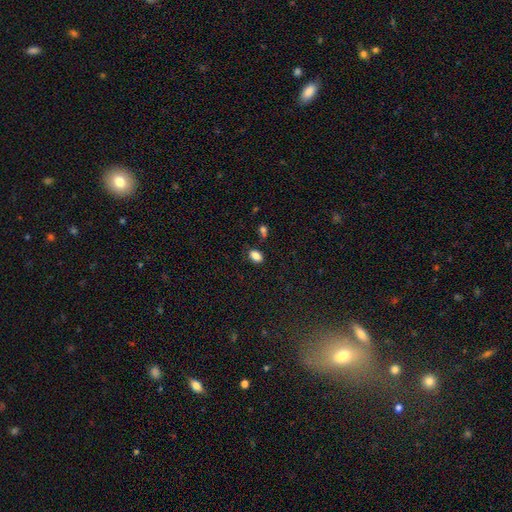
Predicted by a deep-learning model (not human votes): Smooth or featured: smooth — 85% (star or artifact — 10%)
How rounded: in between — 87% (round — 11%)
Merging: none — 78% (minor disturbance — 14%)